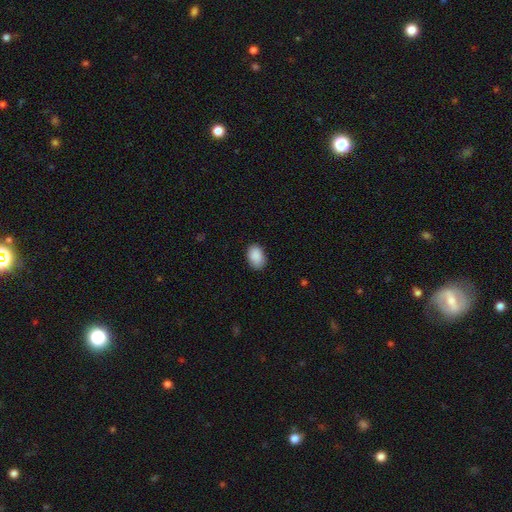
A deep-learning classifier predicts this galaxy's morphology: Smooth or featured: smooth — 90% (star or artifact — 7%)
How rounded: in between — 84% (round — 15%)
Merging: none — 83% (minor disturbance — 13%)